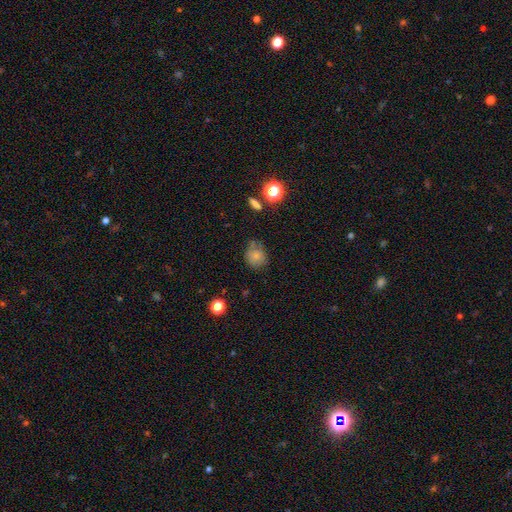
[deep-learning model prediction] smooth 76%, star or artifact 12%, featured or disk 12%. Down the decision tree: how rounded — round (74%); merging — none (63%).